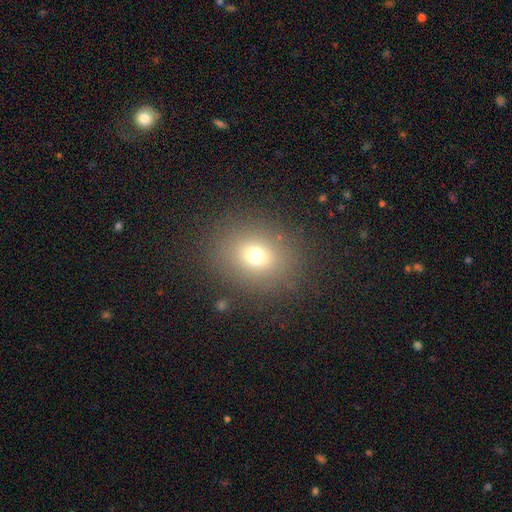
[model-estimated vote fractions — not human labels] Smooth or featured: smooth — 70% (star or artifact — 18%)
How rounded: round — 70% (in between — 29%)
Merging: none — 85% (minor disturbance — 9%)